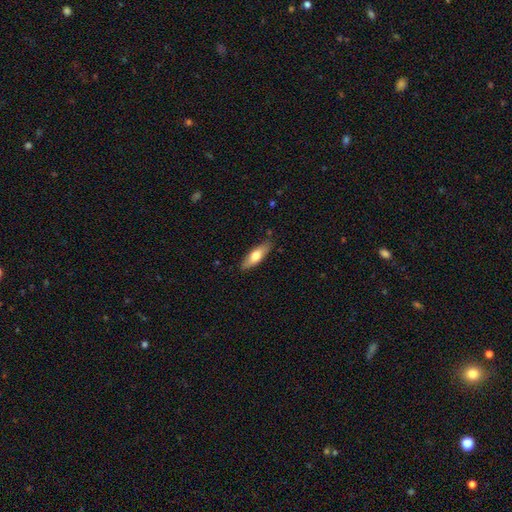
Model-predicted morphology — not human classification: The model was most divided on "how rounded": in between: 52%, cigar-shaped: 46%, round: 2%. More confident: merging — none (84%); smooth or featured — smooth (64%).